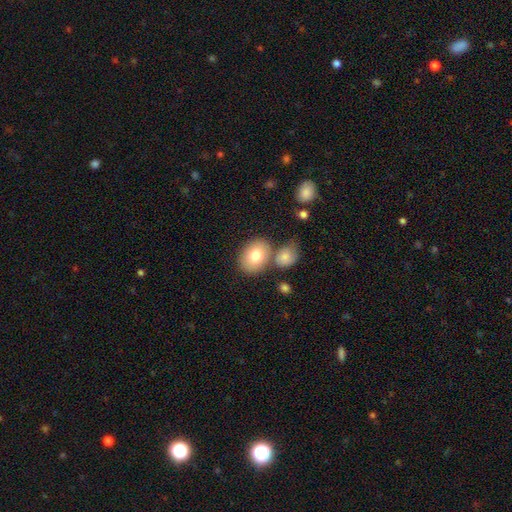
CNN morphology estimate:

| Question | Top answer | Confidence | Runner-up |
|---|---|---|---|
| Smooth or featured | smooth | 78% | featured or disk (14%) |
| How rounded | in between | 67% | round (32%) |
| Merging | none | 63% | merger (20%) |